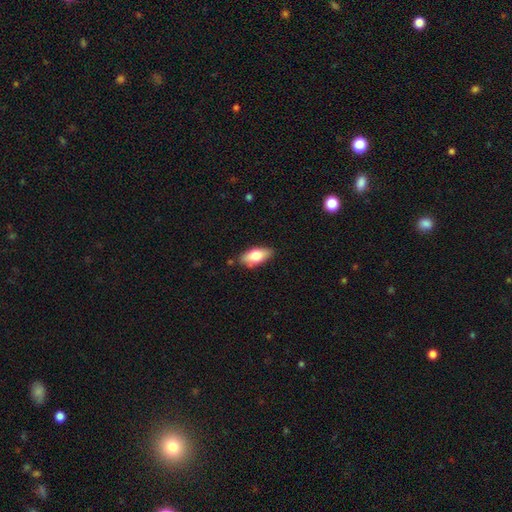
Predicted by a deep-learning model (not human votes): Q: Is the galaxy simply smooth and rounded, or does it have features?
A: smooth — 74%.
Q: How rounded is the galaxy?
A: in between — 87%.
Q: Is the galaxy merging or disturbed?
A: none — 79%.